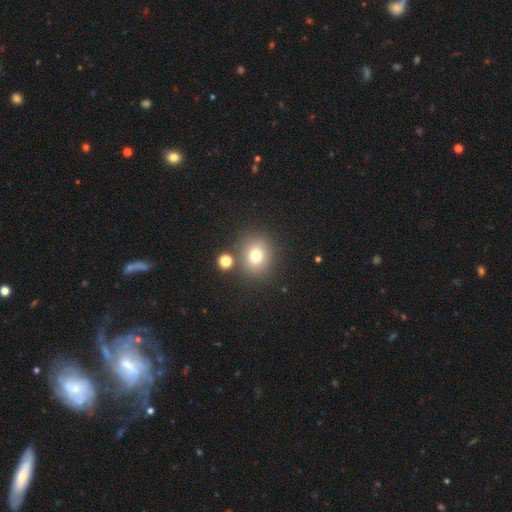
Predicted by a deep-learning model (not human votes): Smooth or featured?
  - smooth: 74% *
  - star or artifact: 15%
  - featured or disk: 11%
How rounded?
  - round: 80% *
  - in between: 19%
  - cigar-shaped: 1%
Merging?
  - none: 80% *
  - minor disturbance: 8%
  - merger: 8%
  - major disturbance: 3%